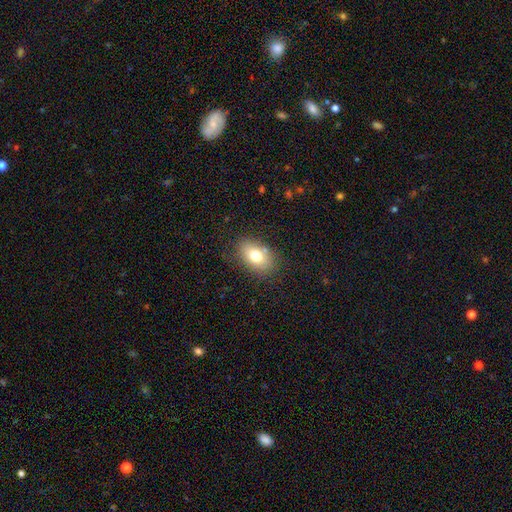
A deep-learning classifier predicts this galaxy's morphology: This appears to be a smooth galaxy with no disk features (75%) that is in between round and cigar-shaped (82%). Merging: none (79%).